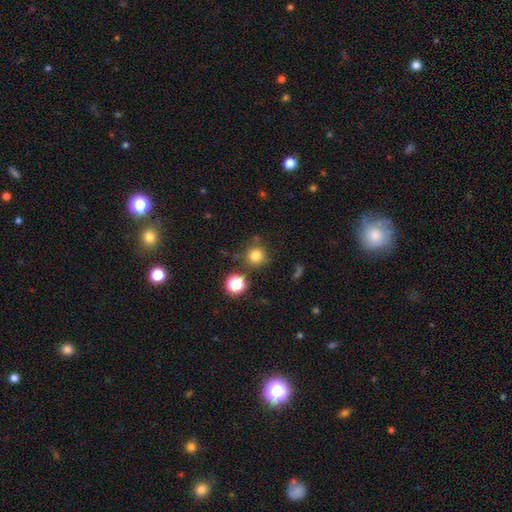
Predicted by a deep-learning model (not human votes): smooth_or_featured: smooth (p=0.79) [alt: star or artifact p=0.15]
how_rounded: round (p=0.92) [alt: in between p=0.07]
merging: none (p=0.77) [alt: minor disturbance p=0.11]